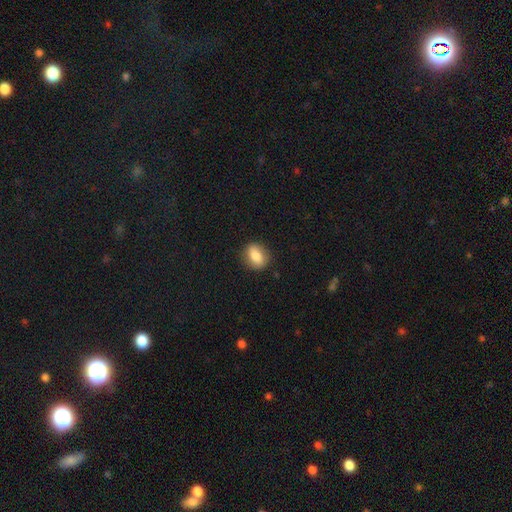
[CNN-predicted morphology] This is likely a smooth galaxy (79%). How rounded: likely in between (60%). Merging: clearly none (85%).